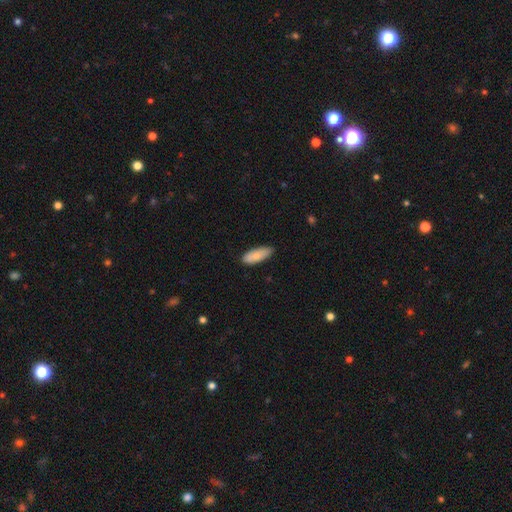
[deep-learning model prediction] smooth-or-featured: smooth: 81% | featured or disk: 13% | star or artifact: 6%
  how-rounded: in between: 72% | cigar-shaped: 26% | round: 2%
  merging: none: 82% | minor disturbance: 14% | major disturbance: 2% | merger: 1%